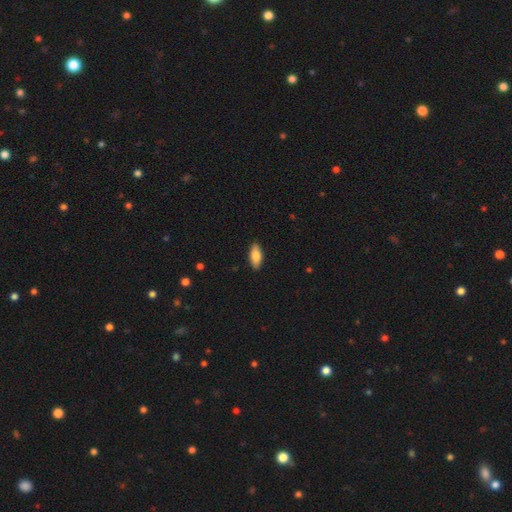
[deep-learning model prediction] The model was most divided on "how rounded": in between: 81%, cigar-shaped: 17%, round: 2%. More confident: merging — none (89%); smooth or featured — smooth (80%).